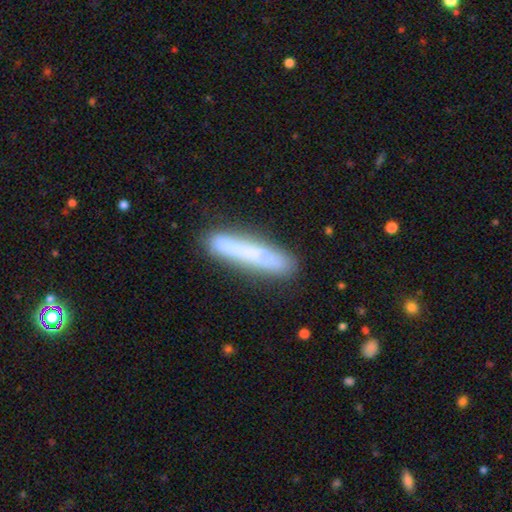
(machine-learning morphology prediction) The model was most divided on "smooth or featured": smooth: 59%, featured or disk: 32%, star or artifact: 9%. More confident: how rounded — cigar-shaped (94%); merging — none (83%).